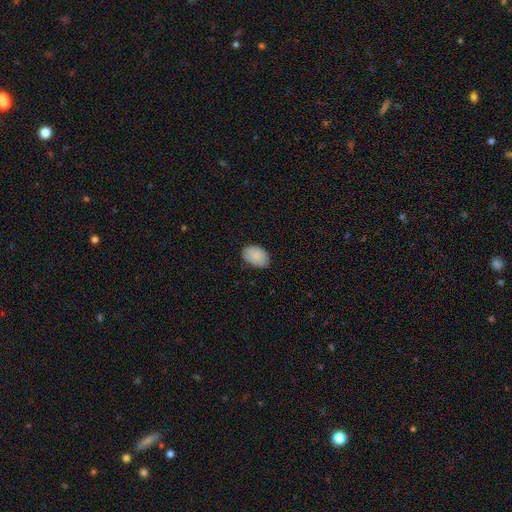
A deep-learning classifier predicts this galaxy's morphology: Smooth or featured? Predicted: smooth (p=0.87). How rounded? Predicted: in between (p=0.88). Merging? Predicted: none (p=0.82).